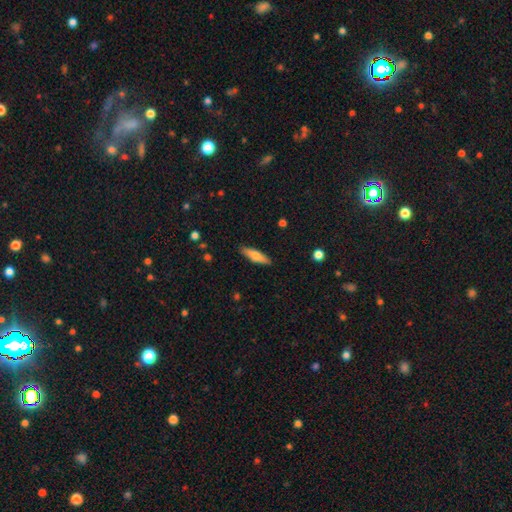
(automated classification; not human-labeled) Smooth or featured: smooth — 65% (featured or disk — 29%)
How rounded: cigar-shaped — 68% (in between — 30%)
Merging: none — 89% (minor disturbance — 8%)